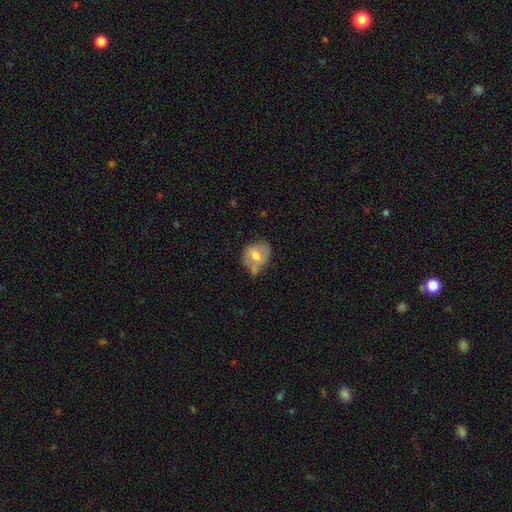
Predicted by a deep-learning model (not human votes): The model was most divided on "how rounded": in between: 50%, round: 49%, cigar-shaped: 1%. Remaining: smooth or featured — smooth (55%); merging — none (45%).